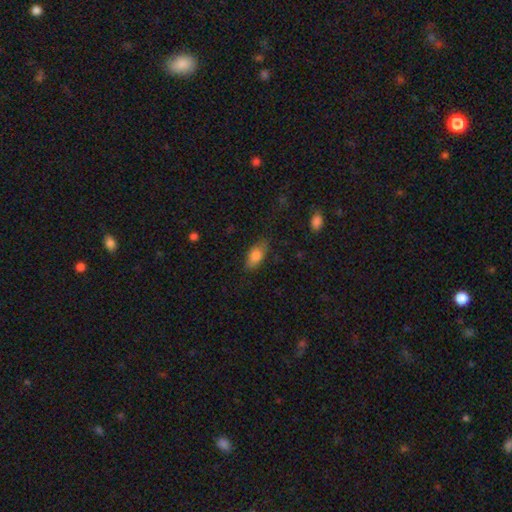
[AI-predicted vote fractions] Smooth or featured? Predicted: smooth (p=0.80). How rounded? Predicted: in between (p=0.87). Merging? Predicted: none (p=0.78).